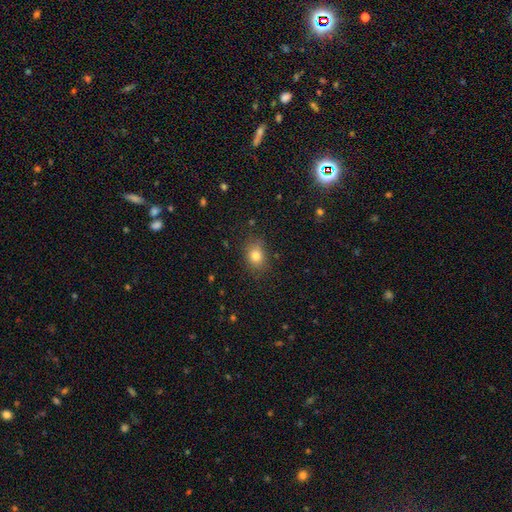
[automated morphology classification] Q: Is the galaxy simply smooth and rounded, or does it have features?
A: smooth — 79%.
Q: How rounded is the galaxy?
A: round — 50%.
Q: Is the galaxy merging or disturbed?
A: none — 79%.